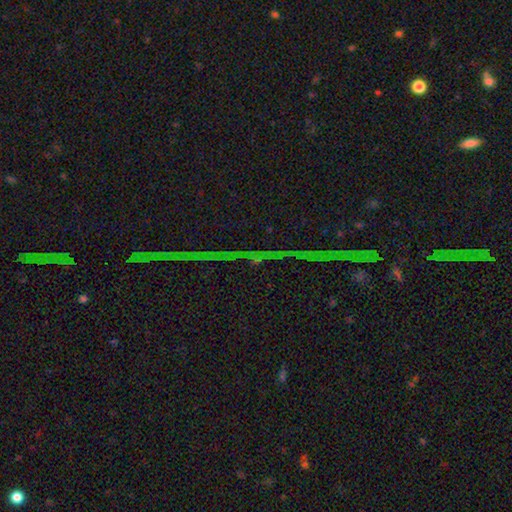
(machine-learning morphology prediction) This appears to be a star or artifact, not a galaxy (83%).